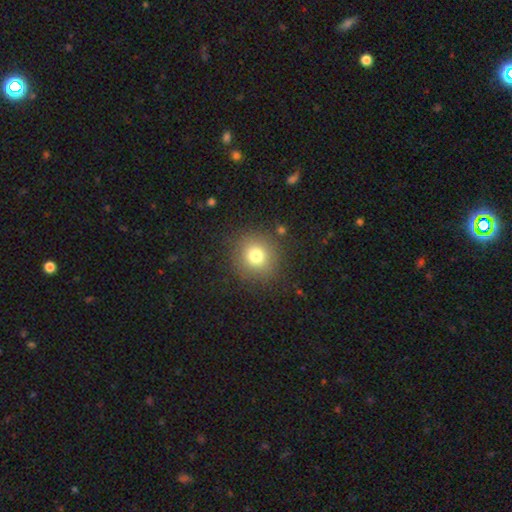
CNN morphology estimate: Smooth or featured: smooth — 76% (star or artifact — 13%)
How rounded: round — 91% (in between — 8%)
Merging: none — 86% (minor disturbance — 9%)